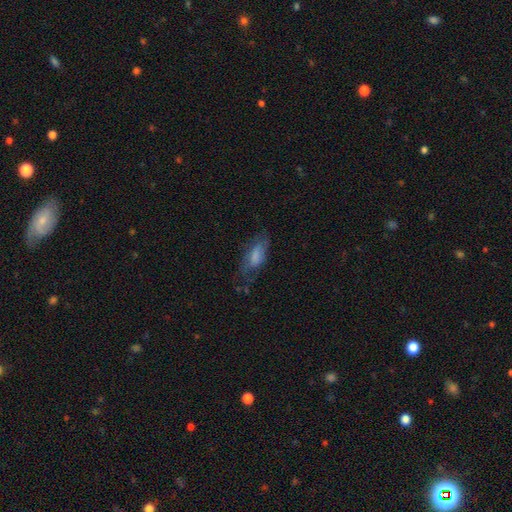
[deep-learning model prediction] This appears to be a smooth galaxy with no disk features (62%) that is in between round and cigar-shaped (73%). Merging: none (52%).